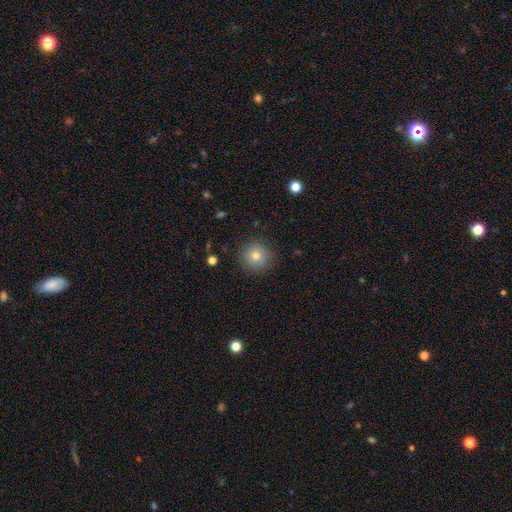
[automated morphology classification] A smooth galaxy with no disk features (77%) that is round (95%).

Vote fractions:
- Smooth or featured? smooth: 77% / star or artifact: 12% / featured or disk: 11%
- How rounded? round: 95% / in between: 4% / cigar-shaped: 1%
- Merging? none: 89% / minor disturbance: 7% / major disturbance: 2% / merger: 1%